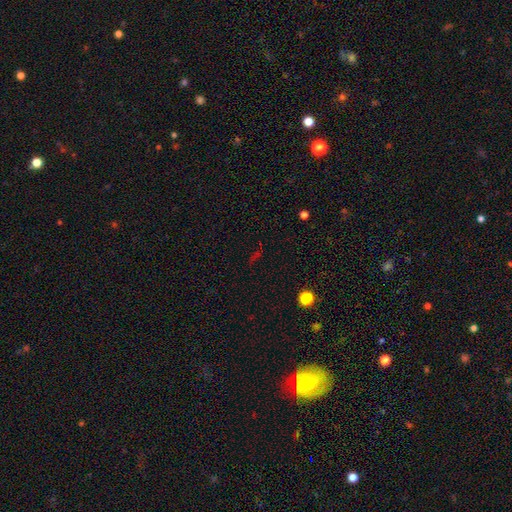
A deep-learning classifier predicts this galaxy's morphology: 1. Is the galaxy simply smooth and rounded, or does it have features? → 63% star or artifact, 27% smooth, 10% featured or disk.